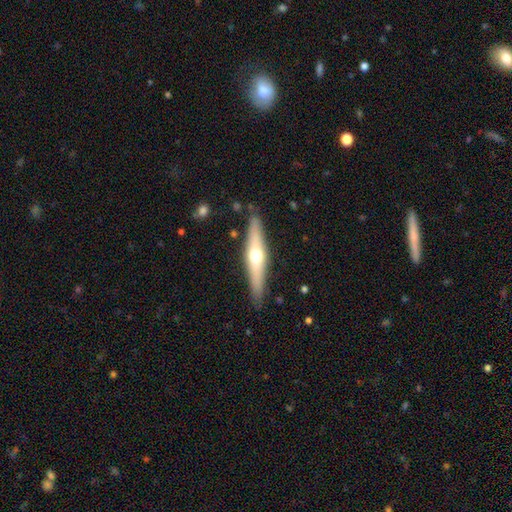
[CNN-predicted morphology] featured or disk 56%, smooth 38%, star or artifact 5%. Down the decision tree: edge-on disk — yes (92%); edge-on bulge — rounded (91%); merging — none (87%).